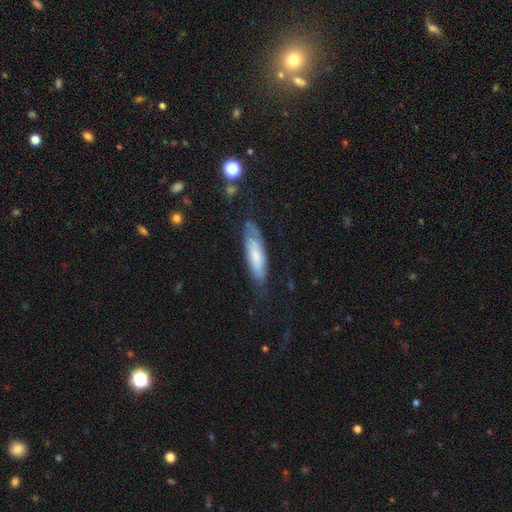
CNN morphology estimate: type=smooth (60%); roundness=cigar-shaped (60%); merging=none (65%).